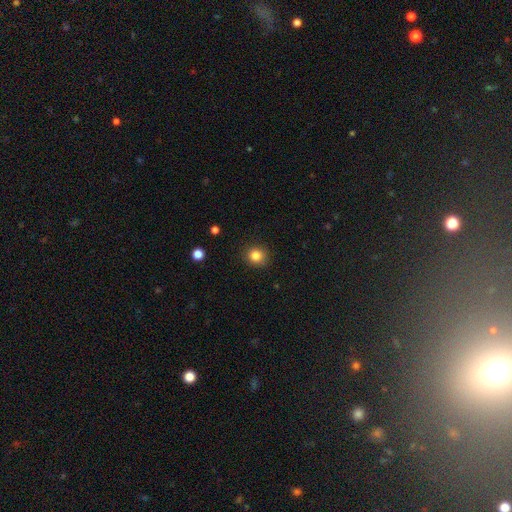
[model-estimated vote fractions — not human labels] Smooth or featured?
  - smooth: 84% *
  - star or artifact: 11%
  - featured or disk: 5%
How rounded?
  - round: 85% *
  - in between: 14%
  - cigar-shaped: 1%
Merging?
  - none: 88% *
  - minor disturbance: 9%
  - major disturbance: 2%
  - merger: 1%